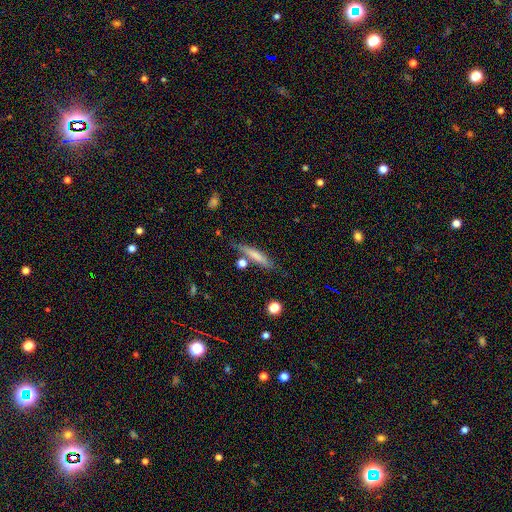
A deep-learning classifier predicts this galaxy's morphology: Q: Smooth or featured?
A: smooth (69%); runner-up: featured or disk (24%)
Q: How rounded?
A: cigar-shaped (87%); runner-up: in between (11%)
Q: Merging?
A: none (72%); runner-up: minor disturbance (17%)